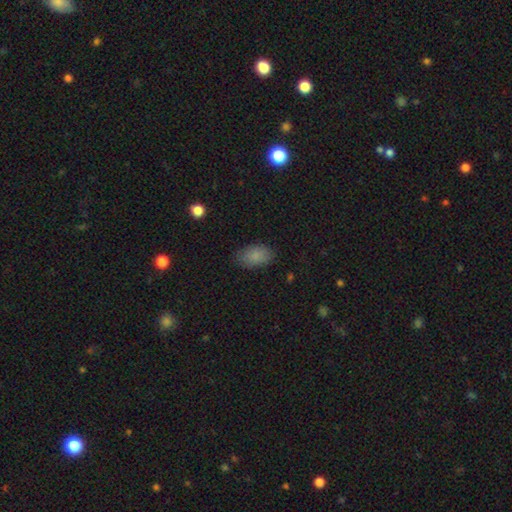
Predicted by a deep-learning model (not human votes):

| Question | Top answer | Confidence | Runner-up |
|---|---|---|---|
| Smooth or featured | smooth | 86% | star or artifact (8%) |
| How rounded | in between | 92% | round (6%) |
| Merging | none | 81% | minor disturbance (14%) |